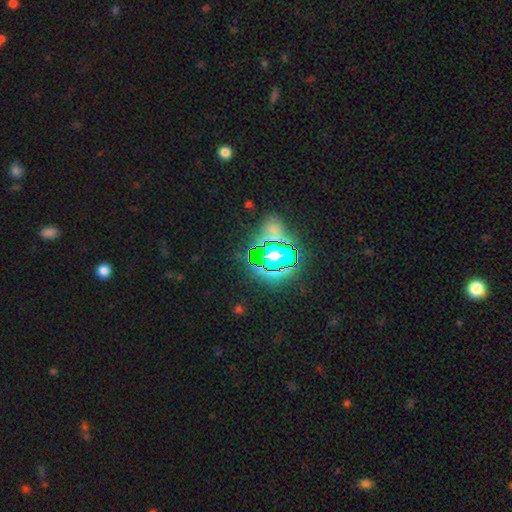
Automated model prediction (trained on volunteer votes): smooth-or-featured: star or artifact: 82% | smooth: 11% | featured or disk: 7%